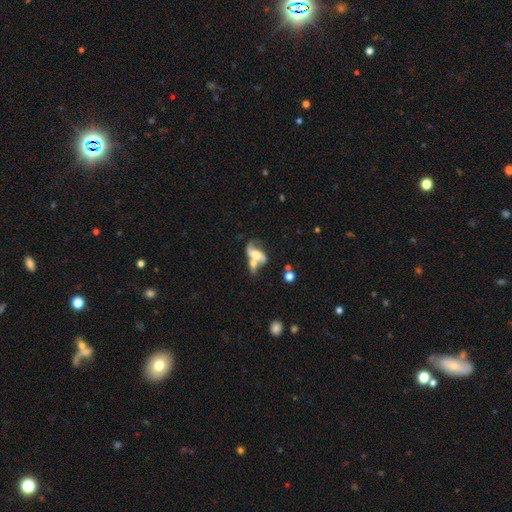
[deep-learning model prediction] Morphology: type=featured or disk (60%); edge-on=no (90%); bar=no (50%); spiral arms=yes (73%); bulge=moderate (35%); merging=merger (52%).